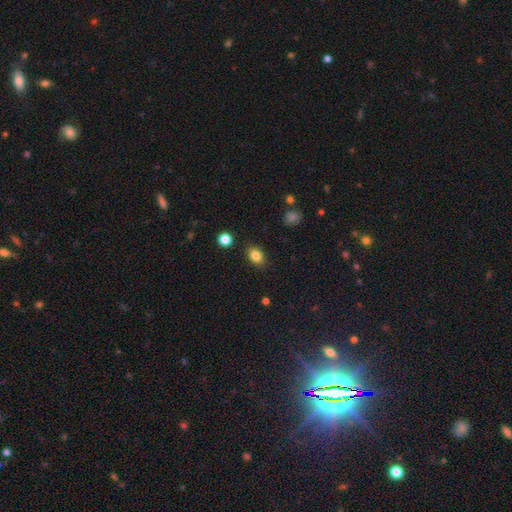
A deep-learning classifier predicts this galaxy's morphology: smooth-or-featured: smooth: 84% | star or artifact: 11% | featured or disk: 6%
  how-rounded: in between: 66% | round: 33% | cigar-shaped: 1%
  merging: none: 86% | minor disturbance: 10% | major disturbance: 2% | merger: 2%